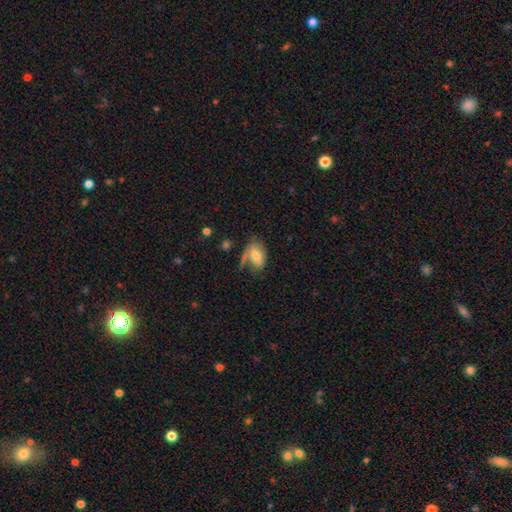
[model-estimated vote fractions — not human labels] Smooth or featured? smooth (71%)
How rounded? in between (90%)
Merging? none (46%)